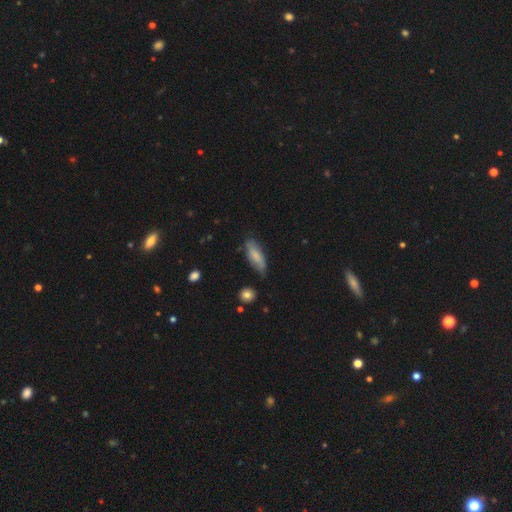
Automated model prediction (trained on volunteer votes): Smooth or featured: smooth — 72% (featured or disk — 22%)
How rounded: in between — 65% (cigar-shaped — 33%)
Merging: none — 69% (minor disturbance — 24%)